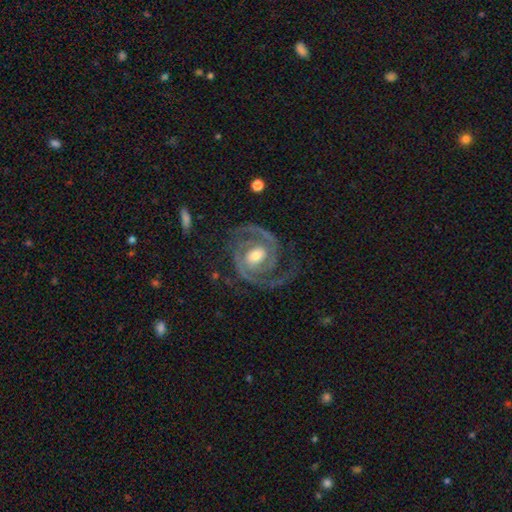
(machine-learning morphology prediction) Smooth or featured? featured or disk (93%)
Edge-on disk? no (98%)
Bar? no (45%)
Spiral arms? yes (98%)
Spiral winding? tight (50%)
Spiral arm count? 2 (81%)
Bulge size? moderate (69%)
Merging? none (73%)